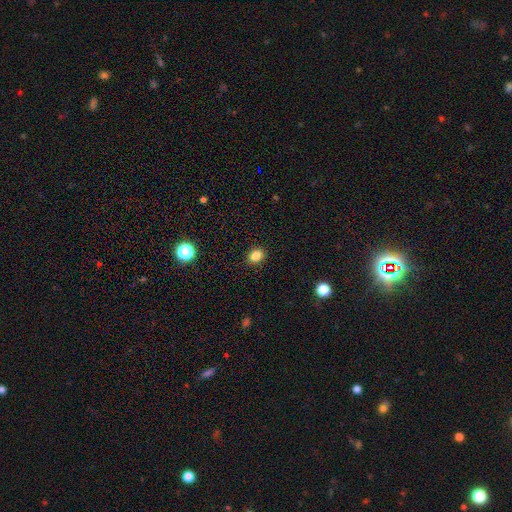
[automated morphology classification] Smooth or featured?
  - smooth: 84% *
  - star or artifact: 12%
  - featured or disk: 4%
How rounded?
  - in between: 50% *
  - round: 49%
  - cigar-shaped: 1%
Merging?
  - none: 89% *
  - minor disturbance: 8%
  - major disturbance: 2%
  - merger: 1%